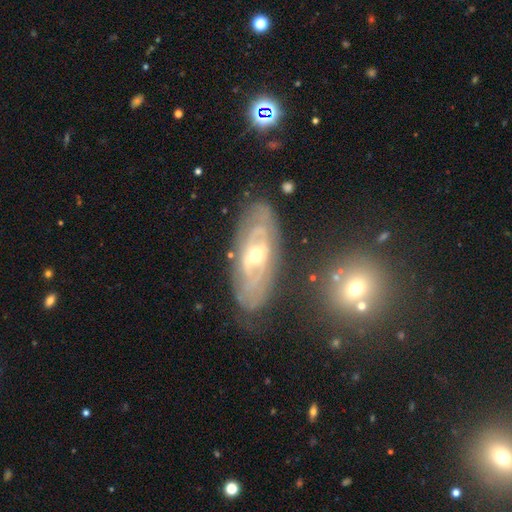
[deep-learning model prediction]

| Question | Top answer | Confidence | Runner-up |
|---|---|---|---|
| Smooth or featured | featured or disk | 81% | smooth (13%) |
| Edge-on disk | no | 89% | yes (11%) |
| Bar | no | 56% | weak (31%) |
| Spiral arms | yes | 76% | no (24%) |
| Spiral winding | tight | 70% | medium (23%) |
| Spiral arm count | can't tell | 53% | 2 (27%) |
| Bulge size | moderate | 57% | small (39%) |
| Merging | none | 76% | minor disturbance (16%) |